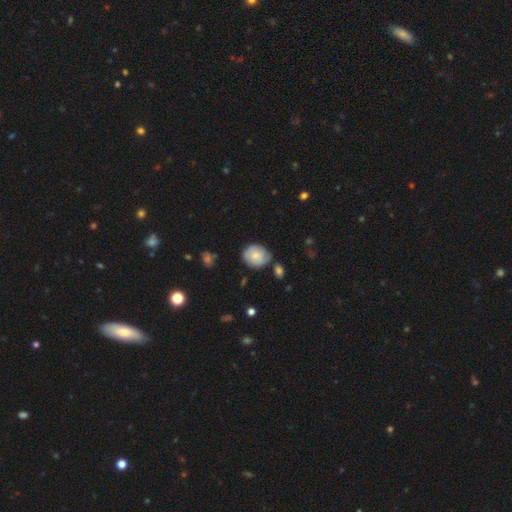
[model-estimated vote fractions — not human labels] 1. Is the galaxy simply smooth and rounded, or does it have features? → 67% smooth, 26% featured or disk, 7% star or artifact.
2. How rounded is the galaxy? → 71% round, 28% in between, 1% cigar-shaped.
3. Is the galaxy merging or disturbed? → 65% none, 24% minor disturbance, 6% merger, 5% major disturbance.